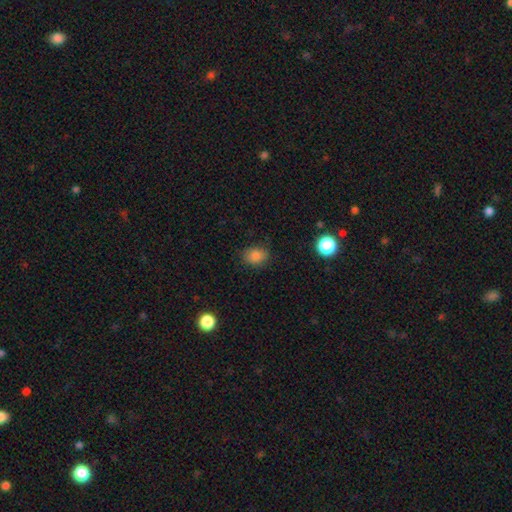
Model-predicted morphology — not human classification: Smooth or featured?
  - smooth: 83% *
  - star or artifact: 12%
  - featured or disk: 5%
How rounded?
  - in between: 51% *
  - round: 48%
  - cigar-shaped: 1%
Merging?
  - none: 79% *
  - minor disturbance: 16%
  - major disturbance: 4%
  - merger: 1%